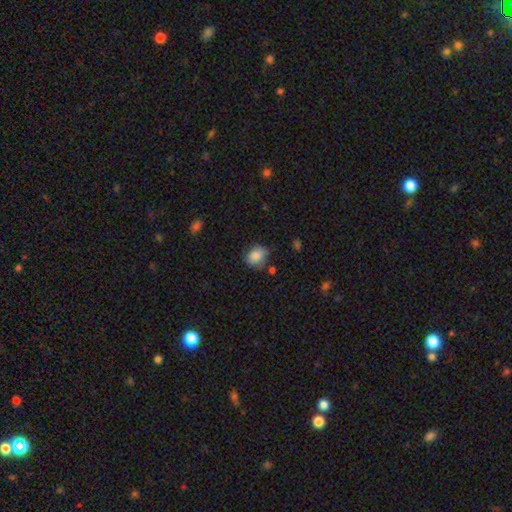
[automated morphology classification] smooth 85%, star or artifact 8%, featured or disk 7%. Down the decision tree: how rounded — in between (59%); merging — none (68%).